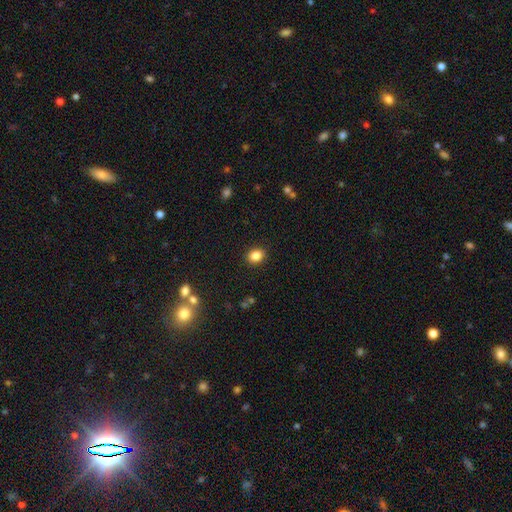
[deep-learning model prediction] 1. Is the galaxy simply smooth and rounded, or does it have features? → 85% smooth, 10% star or artifact, 5% featured or disk.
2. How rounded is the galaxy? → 55% in between, 44% round, 1% cigar-shaped.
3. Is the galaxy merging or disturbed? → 90% none, 7% minor disturbance, 2% major disturbance, 1% merger.